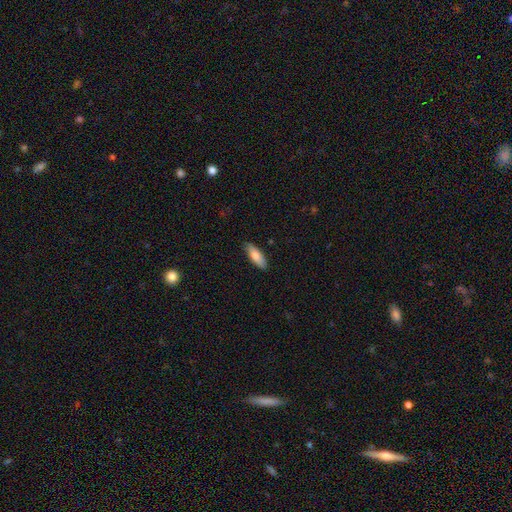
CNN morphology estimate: Smooth or featured? smooth (82%)
How rounded? in between (61%)
Merging? none (86%)